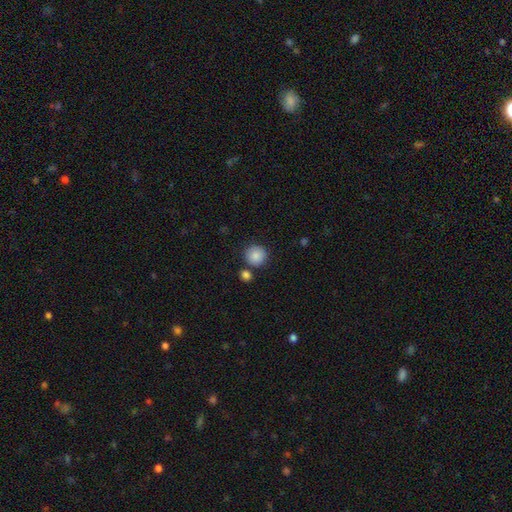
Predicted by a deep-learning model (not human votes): A smooth galaxy with no disk features (87%) that is round (93%). Merging: none (81%).